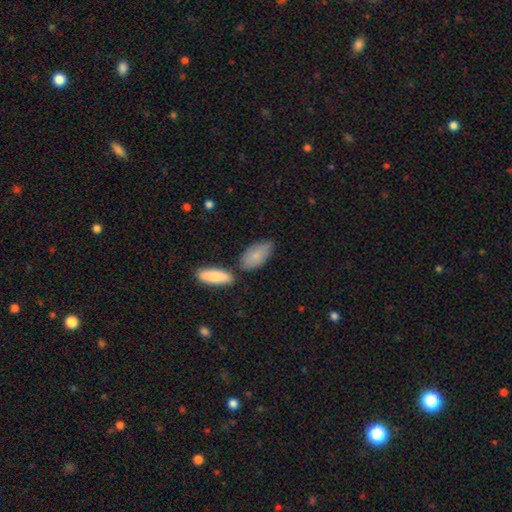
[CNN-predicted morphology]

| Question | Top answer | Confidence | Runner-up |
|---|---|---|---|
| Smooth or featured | smooth | 82% | featured or disk (12%) |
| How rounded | in between | 89% | cigar-shaped (8%) |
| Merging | none | 62% | minor disturbance (20%) |